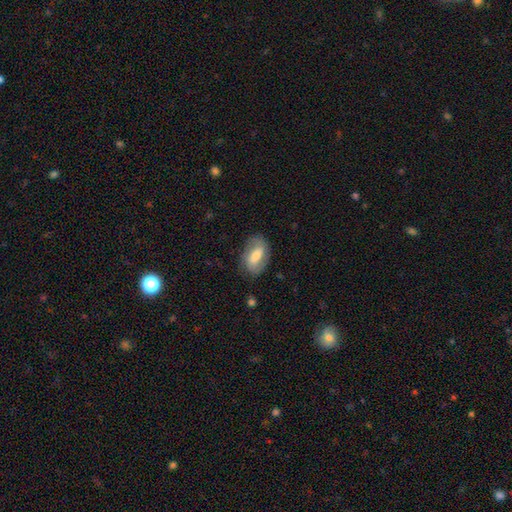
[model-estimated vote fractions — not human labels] Smooth or featured?
  - smooth: 52% *
  - featured or disk: 42%
  - star or artifact: 7%
How rounded?
  - in between: 89% *
  - round: 7%
  - cigar-shaped: 4%
Merging?
  - none: 76% *
  - minor disturbance: 17%
  - major disturbance: 6%
  - merger: 1%